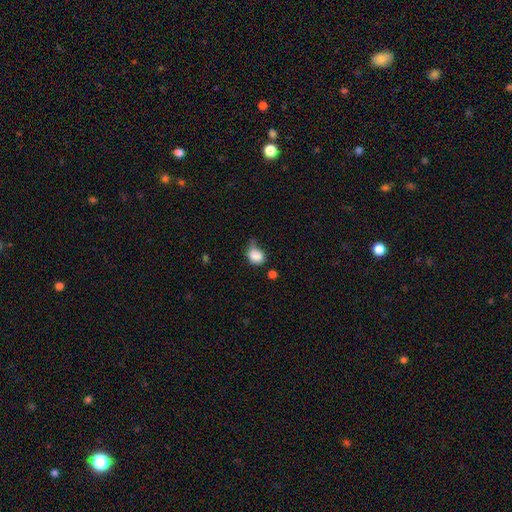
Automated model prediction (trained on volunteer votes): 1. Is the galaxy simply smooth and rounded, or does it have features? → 83% smooth, 9% star or artifact, 8% featured or disk.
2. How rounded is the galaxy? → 50% round, 49% in between, 1% cigar-shaped.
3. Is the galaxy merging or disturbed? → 40% minor disturbance, 30% none, 22% major disturbance, 9% merger.